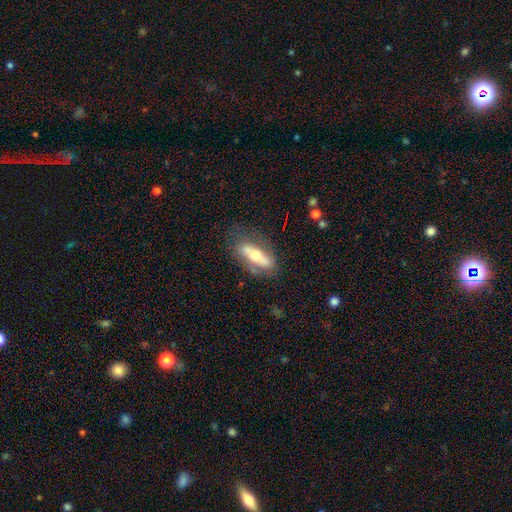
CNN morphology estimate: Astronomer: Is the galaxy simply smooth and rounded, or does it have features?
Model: featured or disk — 52% (runner-up: smooth, 41%).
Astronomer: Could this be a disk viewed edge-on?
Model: no — 55% (runner-up: yes, 45%).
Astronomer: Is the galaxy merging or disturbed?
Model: none — 71%.